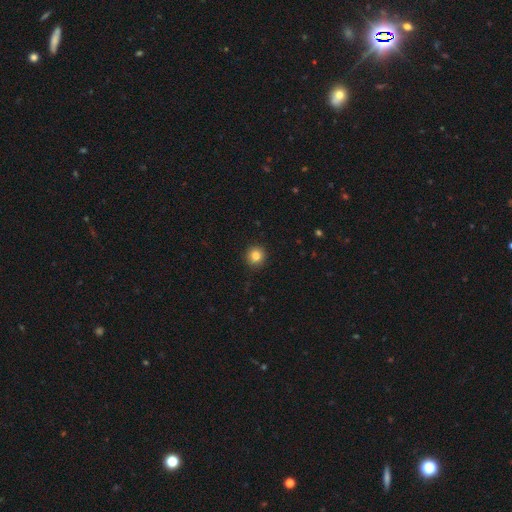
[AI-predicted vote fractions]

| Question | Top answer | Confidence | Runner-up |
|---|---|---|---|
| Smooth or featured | smooth | 84% | star or artifact (11%) |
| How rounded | round | 94% | in between (5%) |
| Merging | none | 92% | minor disturbance (6%) |